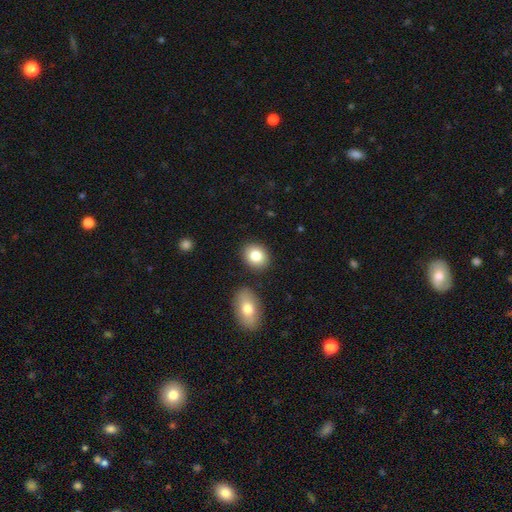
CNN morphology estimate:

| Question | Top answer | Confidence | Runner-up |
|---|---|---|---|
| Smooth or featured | smooth | 82% | featured or disk (10%) |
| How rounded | round | 54% | in between (45%) |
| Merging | none | 84% | minor disturbance (8%) |